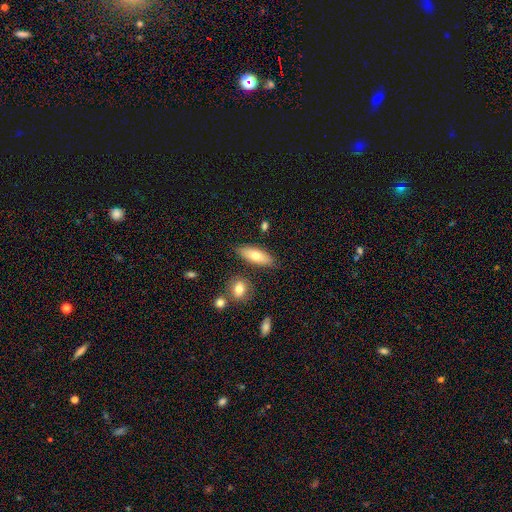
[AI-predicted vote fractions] Overall: smooth (72%). How rounded: in between (71%). Merging: none (81%).